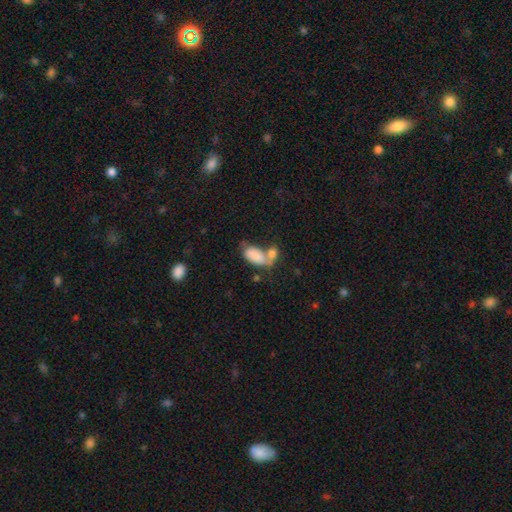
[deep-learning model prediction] Smooth or featured?
  - smooth: 79% *
  - featured or disk: 13%
  - star or artifact: 8%
How rounded?
  - in between: 93% *
  - round: 4%
  - cigar-shaped: 3%
Merging?
  - merger: 53% *
  - none: 23%
  - minor disturbance: 14%
  - major disturbance: 10%